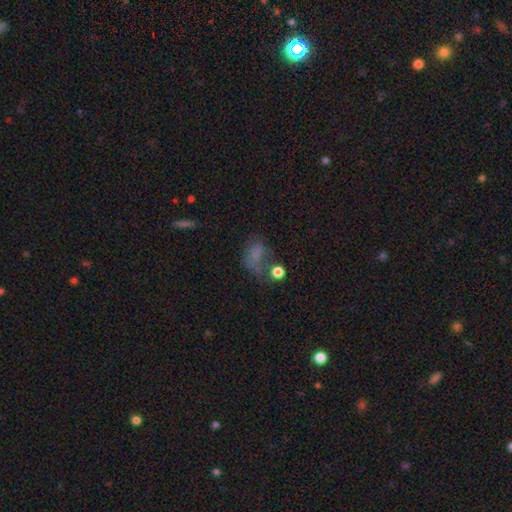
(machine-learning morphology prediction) Overall: smooth (58%; star or artifact 22%). How rounded: in between (72%). Merging: major disturbance (34%; none 30%).